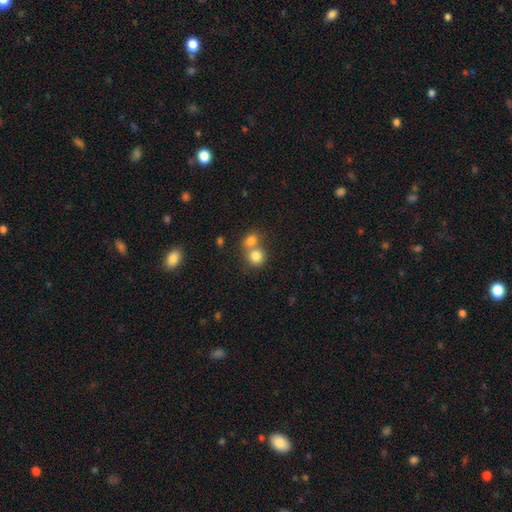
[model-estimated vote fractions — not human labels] Smooth or featured? smooth (80%)
How rounded? round (81%)
Merging? merger (55%)